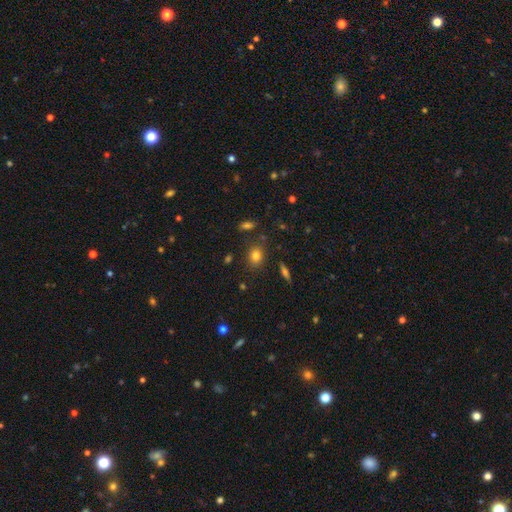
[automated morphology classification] smooth_or_featured: smooth (p=0.80) [alt: star or artifact p=0.12]
how_rounded: round (p=0.51) [alt: in between p=0.48]
merging: none (p=0.82) [alt: minor disturbance p=0.11]